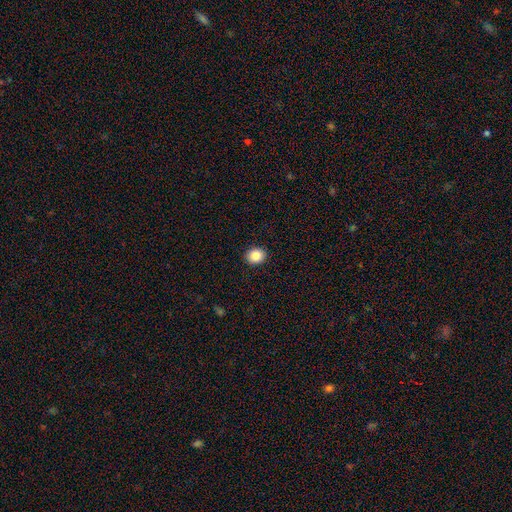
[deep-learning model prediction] A smooth galaxy with no disk features (87%) that is round (70%).

Vote fractions:
- Smooth or featured? smooth: 87% / star or artifact: 9% / featured or disk: 4%
- How rounded? round: 70% / in between: 29% / cigar-shaped: 1%
- Merging? none: 92% / minor disturbance: 5% / major disturbance: 2% / merger: 1%